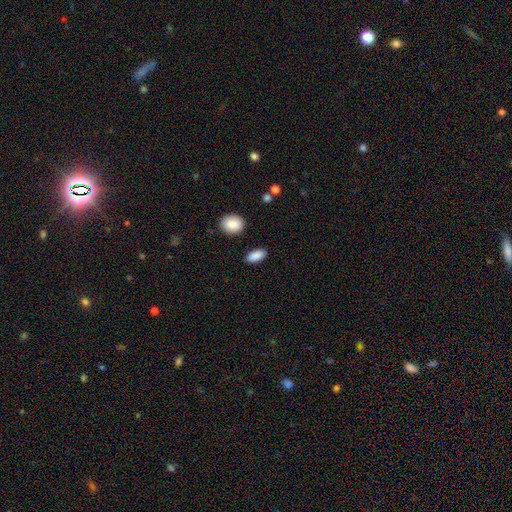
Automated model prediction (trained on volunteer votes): Smooth or featured? Predicted: smooth (p=0.89). How rounded? Predicted: in between (p=0.89). Merging? Predicted: none (p=0.88).